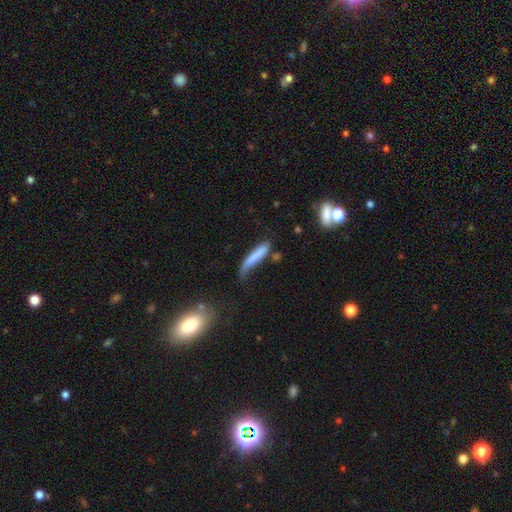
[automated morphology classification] A smooth galaxy with no disk features (73%) that is cigar-shaped (88%). Merging: none (42%).